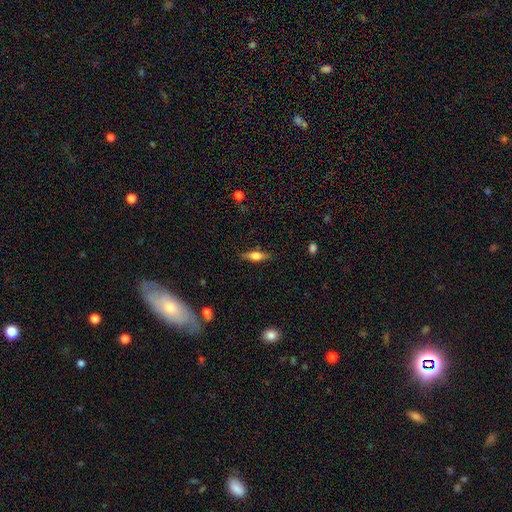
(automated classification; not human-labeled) Smooth or featured?
  - smooth: 60% *
  - featured or disk: 33%
  - star or artifact: 7%
How rounded?
  - in between: 53% *
  - cigar-shaped: 44%
  - round: 3%
Merging?
  - none: 83% *
  - minor disturbance: 12%
  - major disturbance: 3%
  - merger: 1%